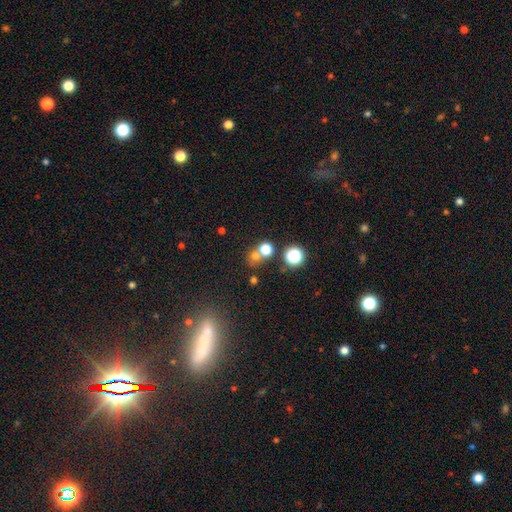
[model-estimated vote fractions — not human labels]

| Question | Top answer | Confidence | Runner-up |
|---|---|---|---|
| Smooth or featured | smooth | 65% | star or artifact (25%) |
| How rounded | round | 83% | in between (16%) |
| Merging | none | 53% | merger (36%) |